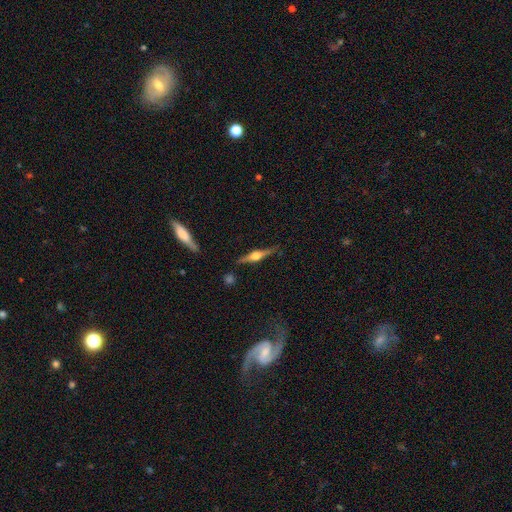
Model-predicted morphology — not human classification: This appears to be a featured or disk galaxy (80%) viewed edge-on (98%) with a rounded central bulge (95%). Merging: none (87%).